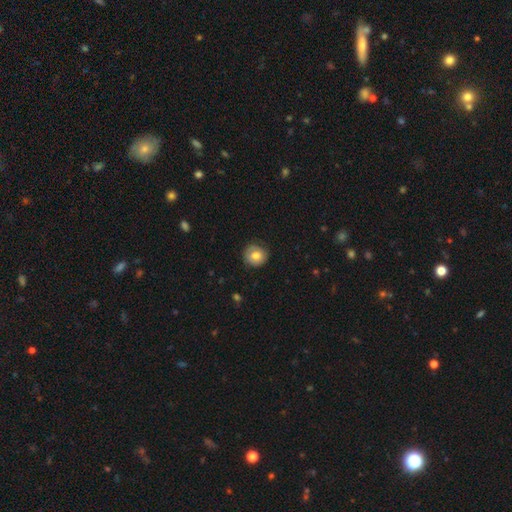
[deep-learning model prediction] Smooth or featured: smooth — 76% (featured or disk — 16%)
How rounded: round — 90% (in between — 9%)
Merging: none — 84% (minor disturbance — 12%)